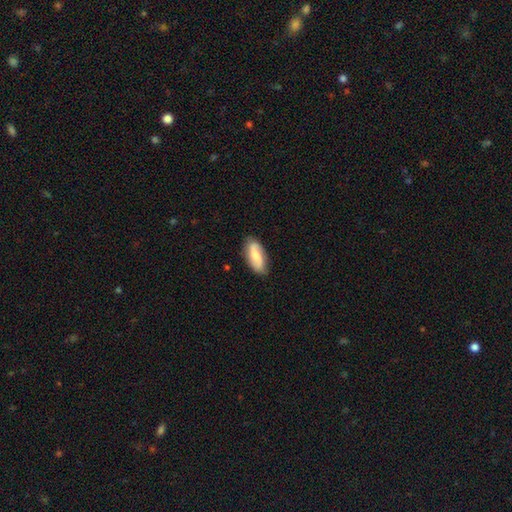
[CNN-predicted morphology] A smooth galaxy with no disk features (49%).

Vote fractions:
- Smooth or featured? smooth: 49% / featured or disk: 45% / star or artifact: 6%
- Merging? none: 81% / minor disturbance: 14% / major disturbance: 3% / merger: 1%